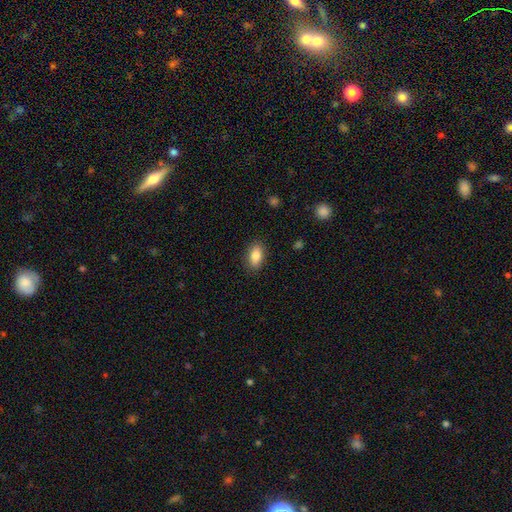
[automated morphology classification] Smooth or featured? Predicted: smooth (p=0.85). How rounded? Predicted: in between (p=0.89). Merging? Predicted: none (p=0.87).